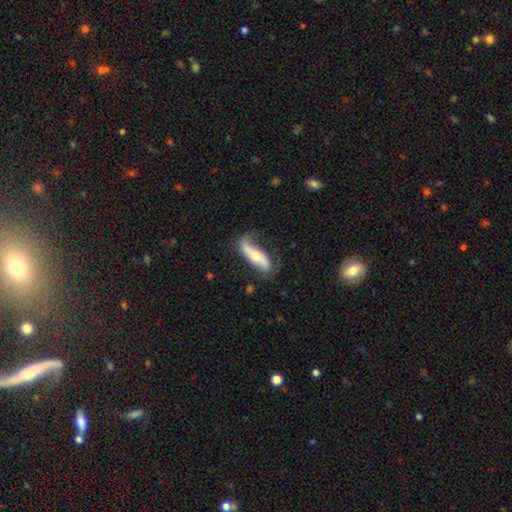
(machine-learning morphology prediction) This is possibly a featured or disk galaxy (58%). It is likely not viewed edge-on (74%). Merging: possibly none (55%).